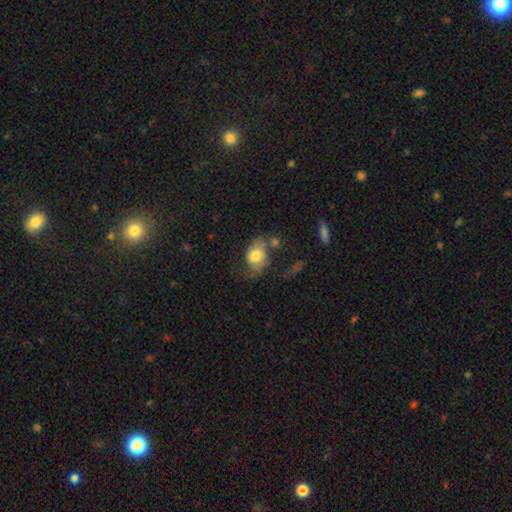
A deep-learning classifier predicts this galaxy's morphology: type=smooth (69%); roundness=in between (73%); merging=none (41%).